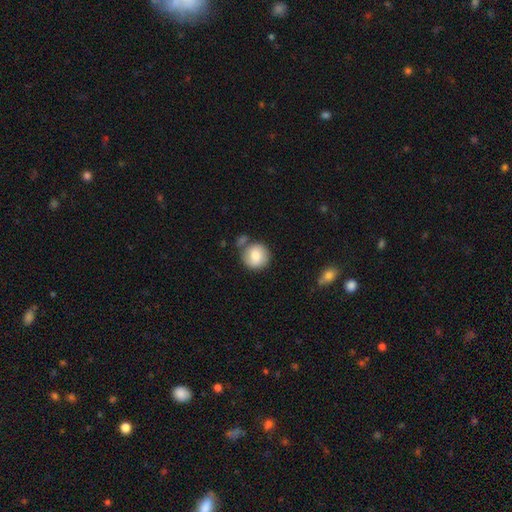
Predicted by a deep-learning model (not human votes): A smooth galaxy with no disk features (79%) that is round (91%).

Vote fractions:
- Smooth or featured? smooth: 79% / featured or disk: 14% / star or artifact: 7%
- How rounded? round: 91% / in between: 8% / cigar-shaped: 1%
- Merging? none: 67% / minor disturbance: 15% / merger: 14% / major disturbance: 4%